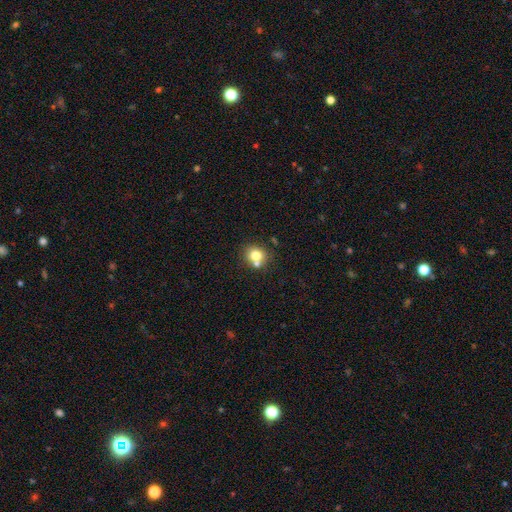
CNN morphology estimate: A smooth galaxy with no disk features (76%) that is round (80%).

Vote fractions:
- Smooth or featured? smooth: 76% / featured or disk: 12% / star or artifact: 12%
- How rounded? round: 80% / in between: 19% / cigar-shaped: 1%
- Merging? none: 62% / merger: 25% / minor disturbance: 9% / major disturbance: 3%